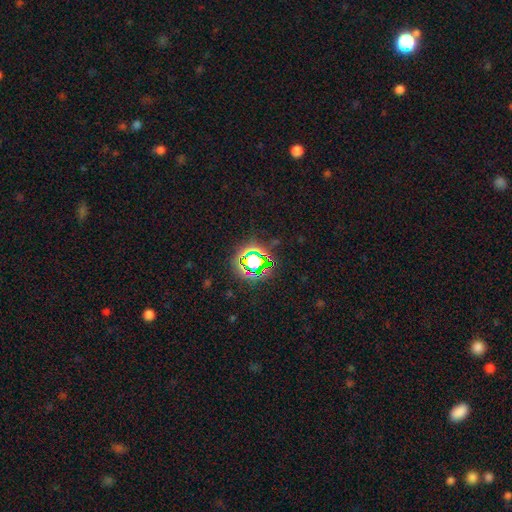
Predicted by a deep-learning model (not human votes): Morphology: type=star or artifact (76%).